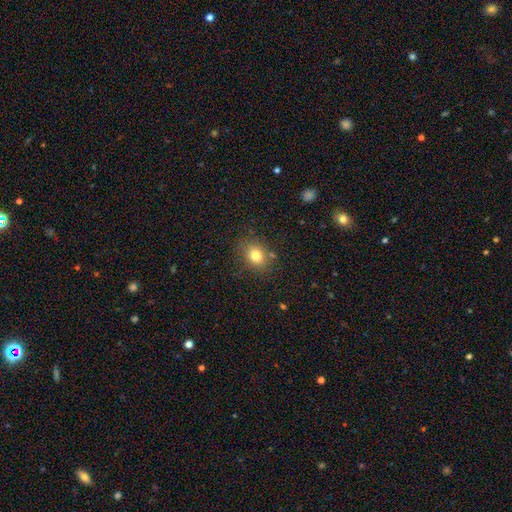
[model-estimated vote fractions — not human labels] Q: Smooth or featured?
A: smooth (79%); runner-up: star or artifact (12%)
Q: How rounded?
A: round (51%); runner-up: in between (49%)
Q: Merging?
A: none (80%); runner-up: minor disturbance (12%)